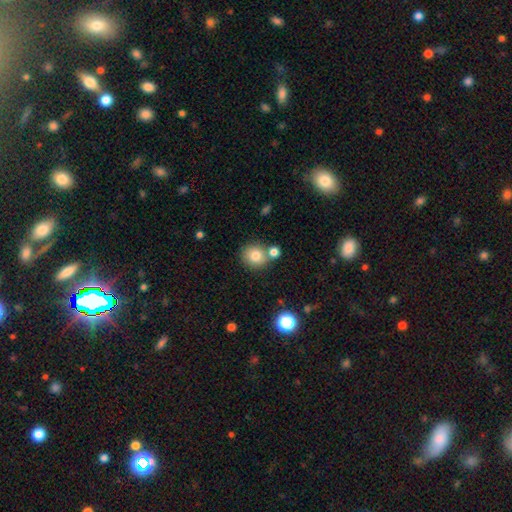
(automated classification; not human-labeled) Q: Smooth or featured?
A: smooth (80%); runner-up: star or artifact (11%)
Q: How rounded?
A: round (87%); runner-up: in between (12%)
Q: Merging?
A: none (66%); runner-up: merger (22%)